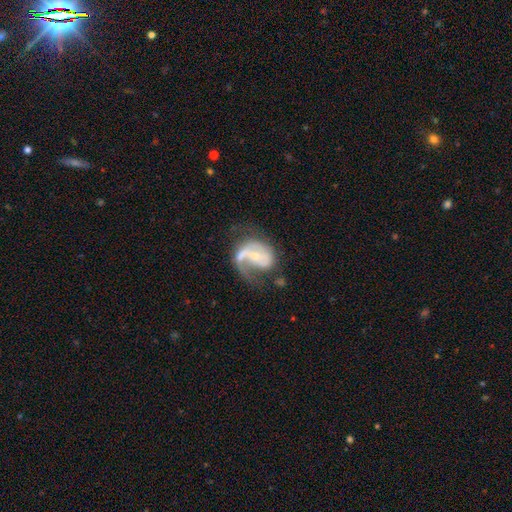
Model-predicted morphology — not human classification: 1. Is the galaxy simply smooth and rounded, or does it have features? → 80% featured or disk, 14% smooth, 6% star or artifact.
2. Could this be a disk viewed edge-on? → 98% no, 2% yes.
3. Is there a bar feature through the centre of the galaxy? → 40% weak, 37% no, 23% strong.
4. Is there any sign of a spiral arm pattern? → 89% yes, 11% no.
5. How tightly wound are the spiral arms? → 43% medium, 39% loose, 18% tight.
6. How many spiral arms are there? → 48% 2, 41% 1, 7% can't tell, 2% 3, 1% 4, 1% more than 4.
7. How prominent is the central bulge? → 58% small, 34% moderate, 5% none, 2% large, 1% dominant.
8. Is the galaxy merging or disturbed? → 36% none, 35% major disturbance, 22% minor disturbance, 6% merger.